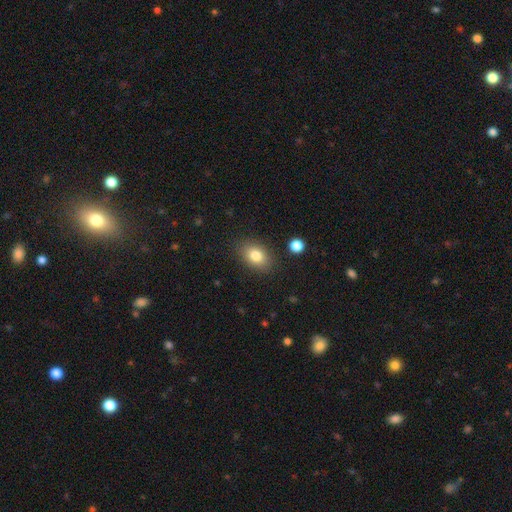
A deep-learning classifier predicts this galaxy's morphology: A smooth galaxy with no disk features (82%) that is in between round and cigar-shaped (82%).

Vote fractions:
- Smooth or featured? smooth: 82% / featured or disk: 9% / star or artifact: 9%
- How rounded? in between: 82% / round: 16% / cigar-shaped: 2%
- Merging? none: 84% / minor disturbance: 11% / major disturbance: 3% / merger: 2%